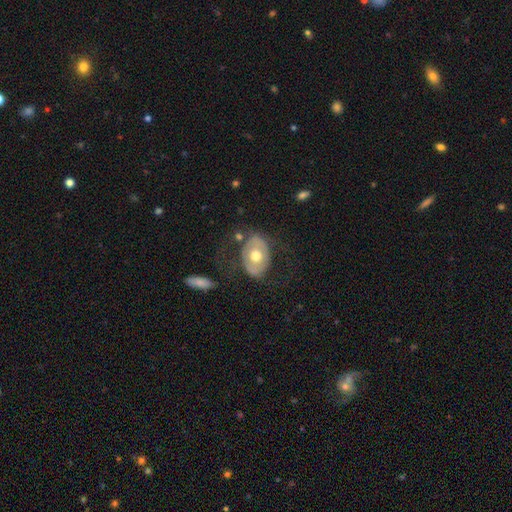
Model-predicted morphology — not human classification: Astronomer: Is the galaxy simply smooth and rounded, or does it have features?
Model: featured or disk — 51% (runner-up: smooth, 43%).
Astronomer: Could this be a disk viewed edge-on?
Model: no — 92%.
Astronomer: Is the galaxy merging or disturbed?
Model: none — 63%.